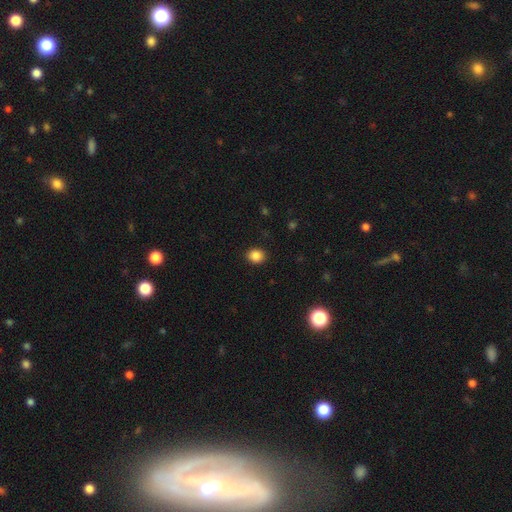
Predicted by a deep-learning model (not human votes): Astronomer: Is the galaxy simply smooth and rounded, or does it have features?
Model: smooth — 86%.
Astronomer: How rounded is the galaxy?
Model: round — 64%.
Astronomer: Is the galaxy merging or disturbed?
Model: none — 90%.